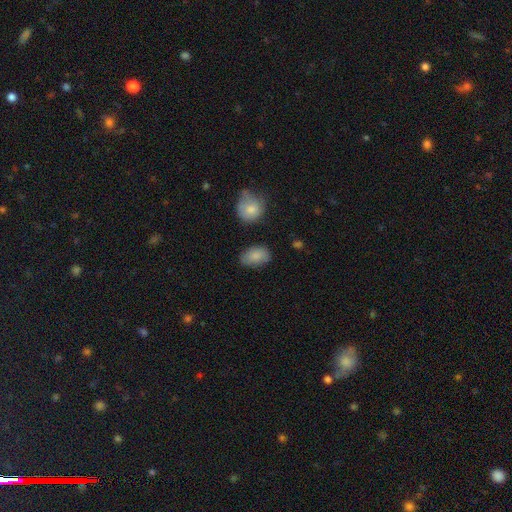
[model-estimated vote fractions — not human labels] smooth_or_featured: smooth (p=0.87) [alt: star or artifact p=0.07]
how_rounded: in between (p=0.90) [alt: round p=0.09]
merging: none (p=0.77) [alt: minor disturbance p=0.16]